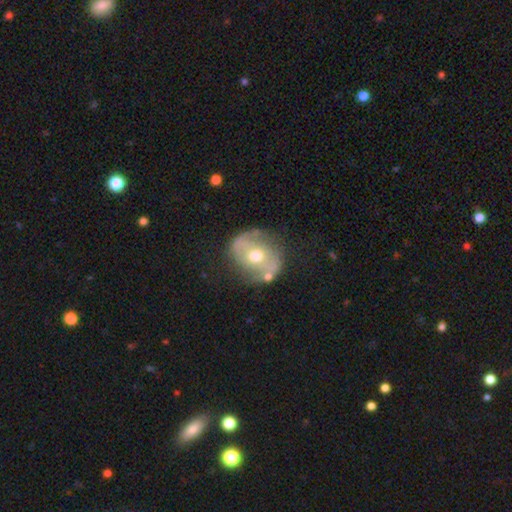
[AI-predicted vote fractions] This appears to be a featured or disk galaxy (70%) with no bar (45%), spiral arms (68%) and a moderate central bulge (73%). Merging: none (70%).